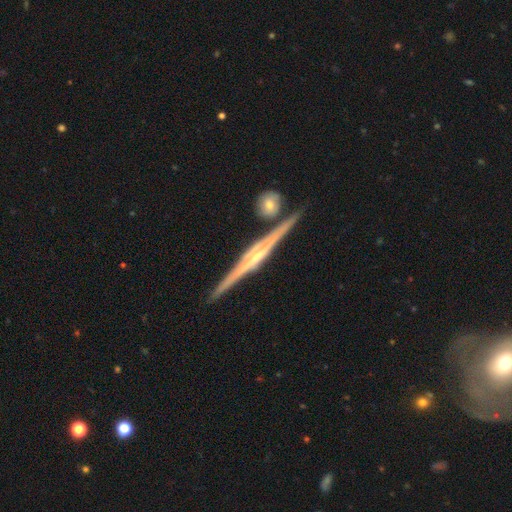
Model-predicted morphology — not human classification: featured or disk 87%, smooth 8%, star or artifact 5%. Down the decision tree: edge-on disk — yes (98%); edge-on bulge — rounded (56%); merging — none (86%).